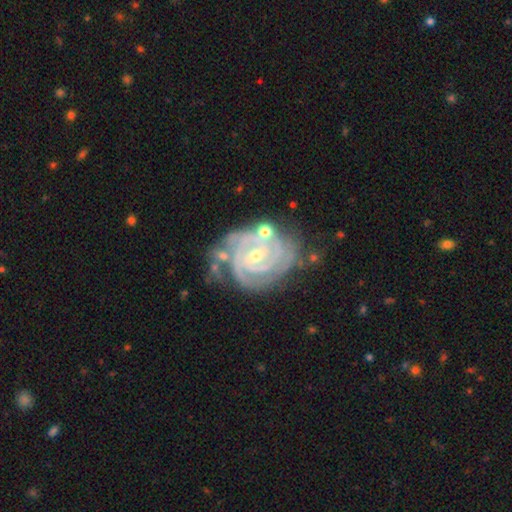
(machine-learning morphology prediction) featured or disk 93%, star or artifact 4%, smooth 3%. Down the decision tree: edge-on disk — no (98%); bar — weak (45%); spiral arms — yes (99%); spiral arm count — 3 (39%); spiral winding — tight (79%); bulge size — small (58%); merging — none (61%).